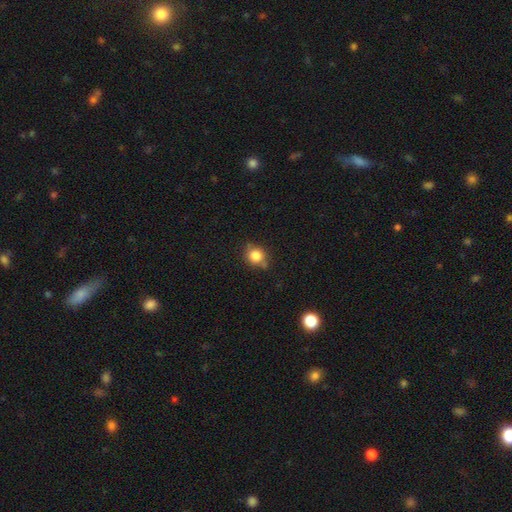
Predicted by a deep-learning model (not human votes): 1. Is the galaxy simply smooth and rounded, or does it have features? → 81% smooth, 11% star or artifact, 8% featured or disk.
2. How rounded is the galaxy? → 81% round, 18% in between, 1% cigar-shaped.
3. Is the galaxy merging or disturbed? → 71% none, 18% minor disturbance, 7% merger, 4% major disturbance.